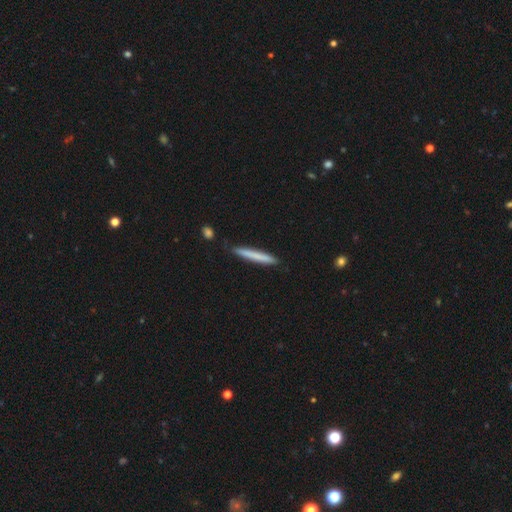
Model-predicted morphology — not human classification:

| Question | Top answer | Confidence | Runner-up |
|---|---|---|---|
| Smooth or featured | smooth | 73% | featured or disk (22%) |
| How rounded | cigar-shaped | 96% | in between (3%) |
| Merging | none | 86% | minor disturbance (10%) |